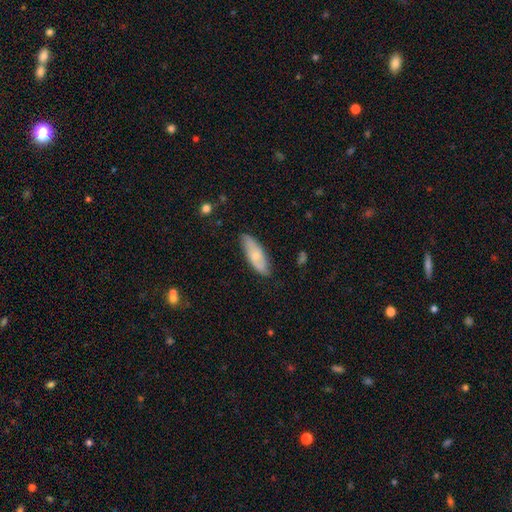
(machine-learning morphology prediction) smooth_or_featured: smooth (p=0.63) [alt: featured or disk p=0.31]
how_rounded: in between (p=0.67) [alt: cigar-shaped p=0.31]
merging: none (p=0.78) [alt: minor disturbance p=0.18]